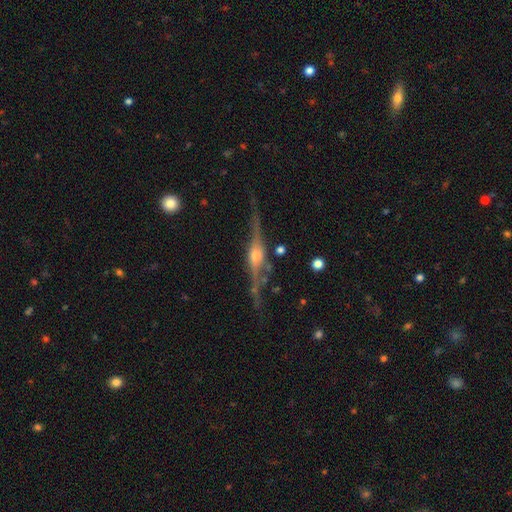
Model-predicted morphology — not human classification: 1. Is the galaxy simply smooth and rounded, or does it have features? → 87% featured or disk, 7% smooth, 6% star or artifact.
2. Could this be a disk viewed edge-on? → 95% yes, 5% no.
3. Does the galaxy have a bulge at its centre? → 87% rounded, 9% boxy, 3% none.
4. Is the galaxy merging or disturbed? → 77% none, 15% minor disturbance, 5% major disturbance, 3% merger.